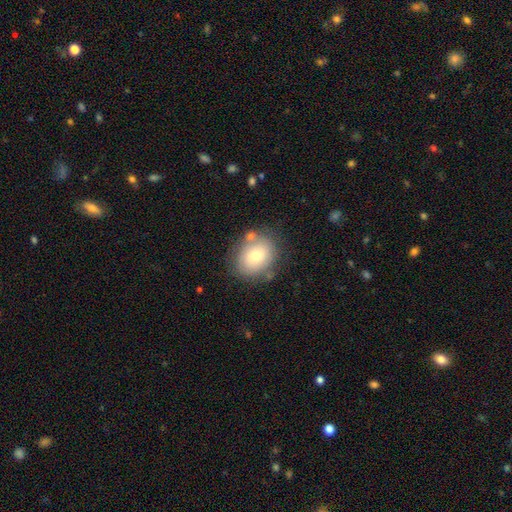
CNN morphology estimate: Smooth or featured? smooth (73%)
How rounded? round (59%)
Merging? none (71%)